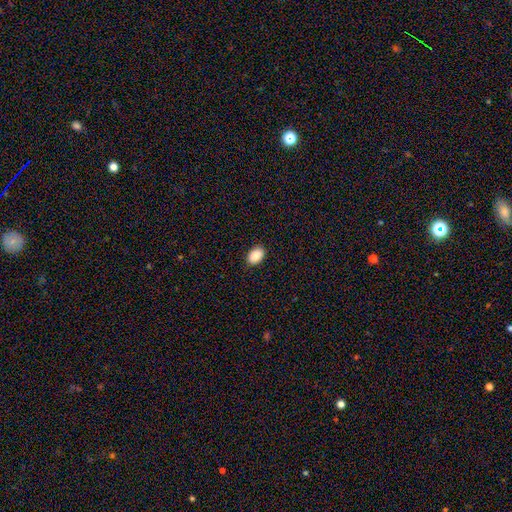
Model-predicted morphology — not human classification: Smooth or featured? Predicted: smooth (p=0.89). How rounded? Predicted: in between (p=0.88). Merging? Predicted: none (p=0.89).